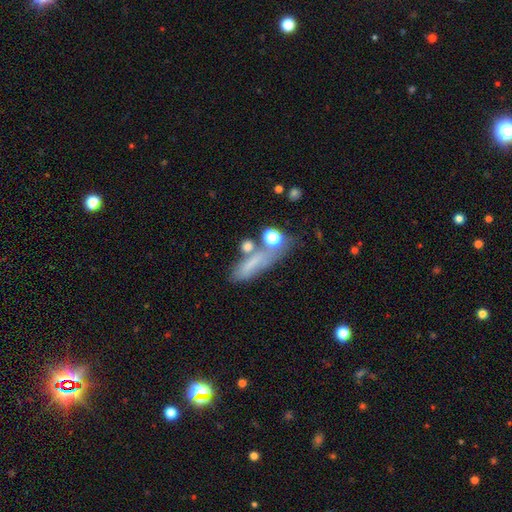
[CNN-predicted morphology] smooth-or-featured: smooth: 56% | featured or disk: 26% | star or artifact: 18%
  how-rounded: cigar-shaped: 54% | in between: 35% | round: 12%
  merging: none: 45% | minor disturbance: 20% | merger: 19% | major disturbance: 16%